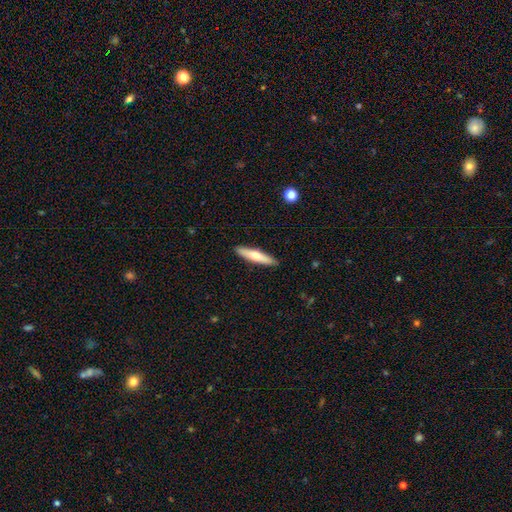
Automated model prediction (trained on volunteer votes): smooth-or-featured: smooth: 58% | featured or disk: 37% | star or artifact: 5%
  how-rounded: cigar-shaped: 85% | in between: 14% | round: 2%
  merging: none: 90% | minor disturbance: 7% | major disturbance: 1% | merger: 1%